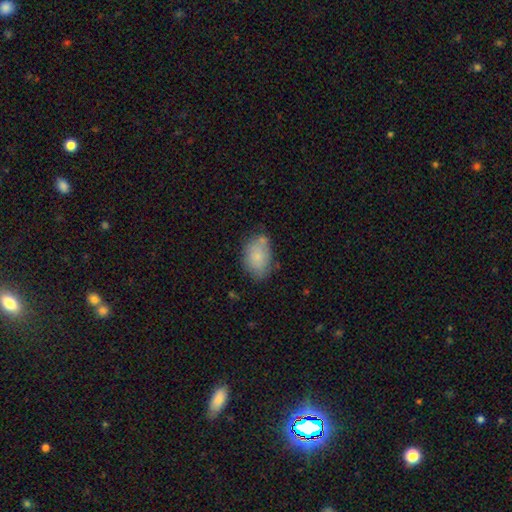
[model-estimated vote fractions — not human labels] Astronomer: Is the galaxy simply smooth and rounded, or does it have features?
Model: smooth — 79%.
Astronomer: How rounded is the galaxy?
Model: in between — 87%.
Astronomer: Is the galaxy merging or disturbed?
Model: none — 62%.